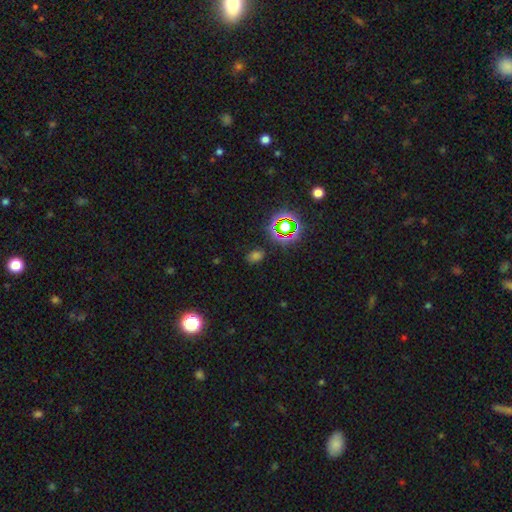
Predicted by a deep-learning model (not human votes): A smooth galaxy with no disk features (54%) that is in between round and cigar-shaped (61%).

Vote fractions:
- Smooth or featured? smooth: 54% / star or artifact: 39% / featured or disk: 7%
- How rounded? in between: 61% / round: 37% / cigar-shaped: 2%
- Merging? none: 81% / minor disturbance: 12% / major disturbance: 4% / merger: 3%